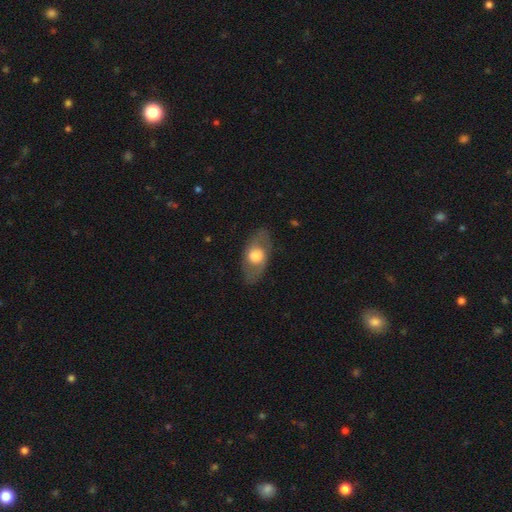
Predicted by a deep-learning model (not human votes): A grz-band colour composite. It shows a smooth galaxy with no disk features (48%). Merging: none (81%).